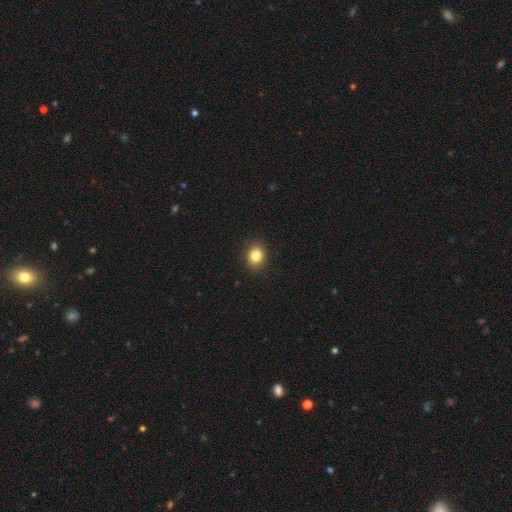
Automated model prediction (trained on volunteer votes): smooth_or_featured: smooth (p=0.85) [alt: star or artifact p=0.10]
how_rounded: round (p=0.68) [alt: in between p=0.31]
merging: none (p=0.89) [alt: minor disturbance p=0.08]